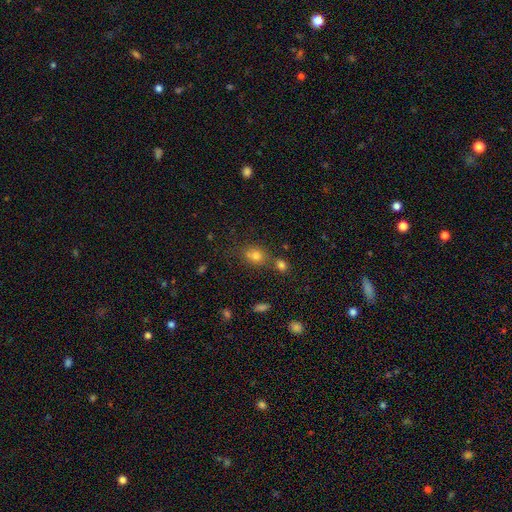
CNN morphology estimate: smooth_or_featured: smooth (p=0.73) [alt: star or artifact p=0.16]
how_rounded: in between (p=0.51) [alt: round p=0.46]
merging: none (p=0.57) [alt: merger p=0.25]